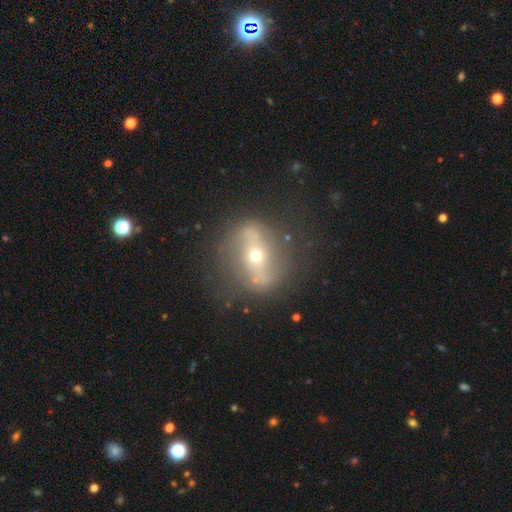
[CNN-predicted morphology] featured or disk 75%, smooth 16%, star or artifact 9%. Down the decision tree: edge-on disk — no (82%); bar — strong (62%); spiral arms — yes (53%); bulge size — small (60%); merging — none (74%).